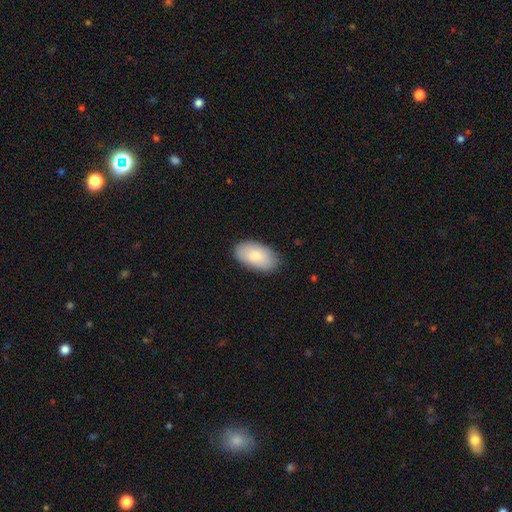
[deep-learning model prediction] Morphology: type=smooth (83%); roundness=in between (96%); merging=none (85%).